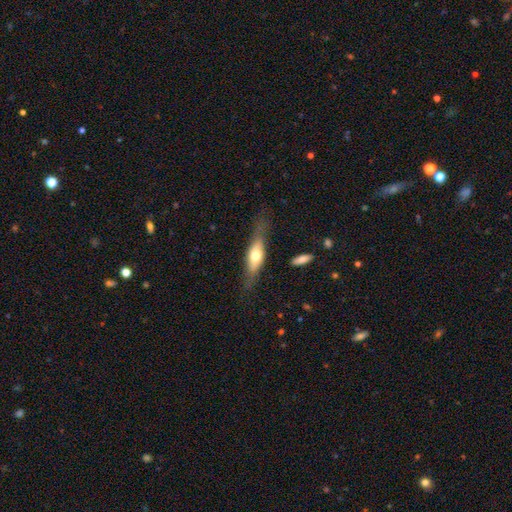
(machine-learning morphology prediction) type=smooth (48%); merging=none (65%).